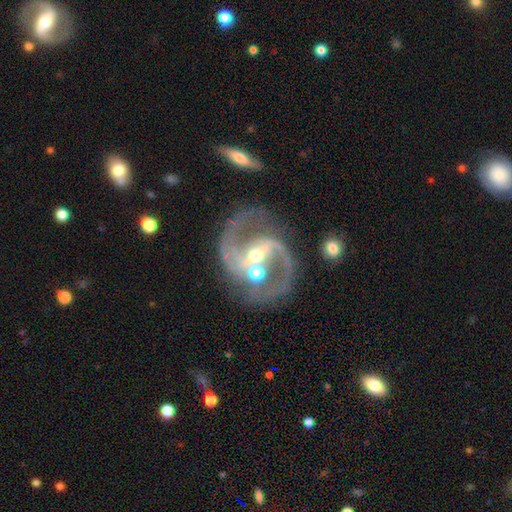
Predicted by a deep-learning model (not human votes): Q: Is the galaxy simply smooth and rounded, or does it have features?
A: featured or disk — 91%.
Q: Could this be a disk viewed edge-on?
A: no — 98%.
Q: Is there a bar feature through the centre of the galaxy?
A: strong — 53%.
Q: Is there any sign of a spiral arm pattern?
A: yes — 97%.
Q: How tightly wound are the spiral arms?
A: medium — 63%.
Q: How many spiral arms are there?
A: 2 — 92%.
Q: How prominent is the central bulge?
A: moderate — 59%.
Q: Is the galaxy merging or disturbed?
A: none — 60%.